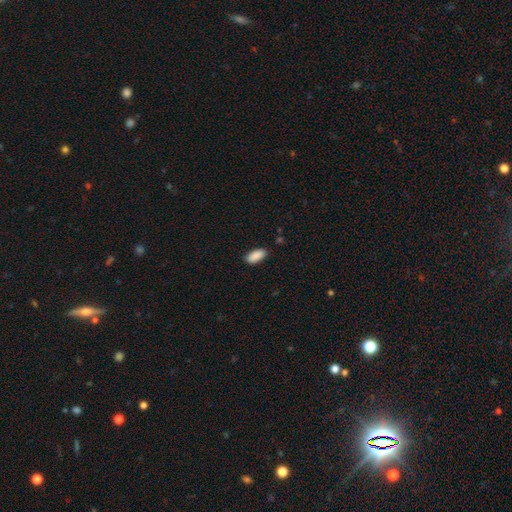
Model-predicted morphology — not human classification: This is clearly a smooth galaxy (90%). How rounded: clearly in between (89%). Merging: clearly none (87%).